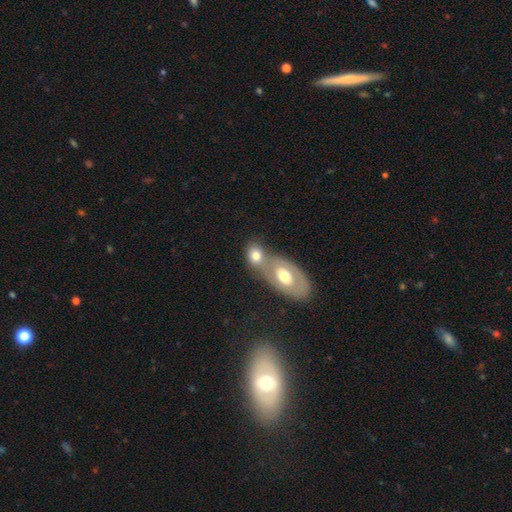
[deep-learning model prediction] This is likely a smooth galaxy (64%). How rounded: likely in between (73%). Merging: possibly merger (56%).